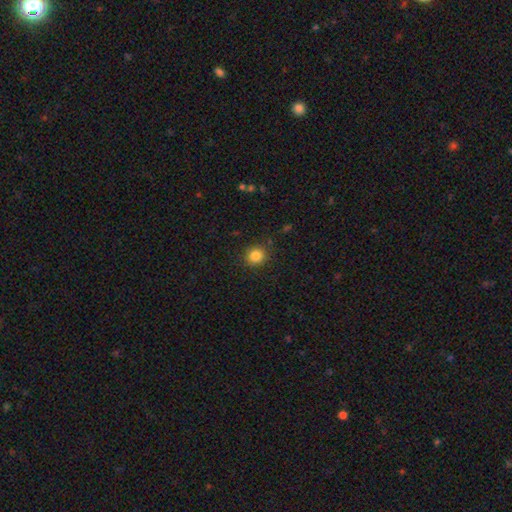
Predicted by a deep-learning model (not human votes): smooth 84%, star or artifact 11%, featured or disk 5%. Down the decision tree: how rounded — round (87%); merging — none (88%).